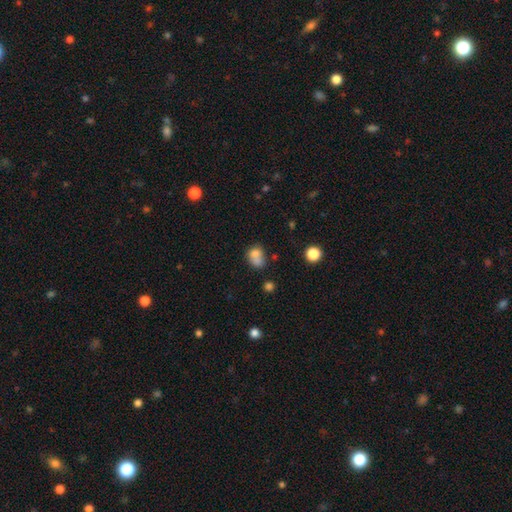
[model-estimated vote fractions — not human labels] Smooth or featured?
  - smooth: 73% *
  - featured or disk: 15%
  - star or artifact: 12%
How rounded?
  - round: 50% *
  - in between: 48%
  - cigar-shaped: 1%
Merging?
  - merger: 49% *
  - none: 31%
  - minor disturbance: 13%
  - major disturbance: 7%